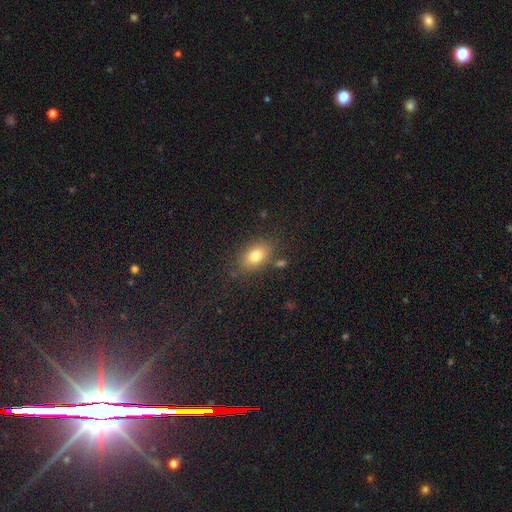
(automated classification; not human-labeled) A smooth galaxy with no disk features (79%) that is in between round and cigar-shaped (83%).

Vote fractions:
- Smooth or featured? smooth: 79% / featured or disk: 11% / star or artifact: 10%
- How rounded? in between: 83% / round: 15% / cigar-shaped: 2%
- Merging? none: 80% / minor disturbance: 12% / merger: 4% / major disturbance: 4%